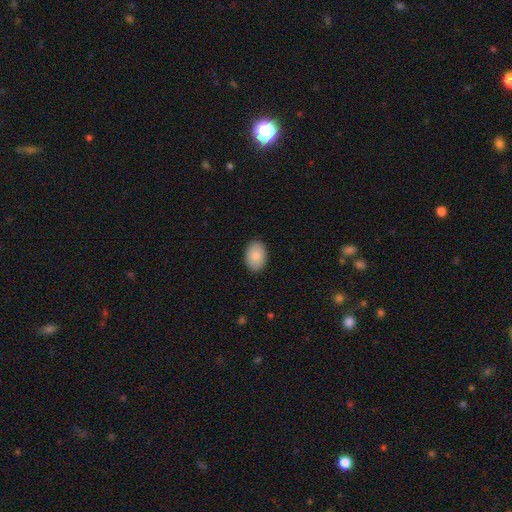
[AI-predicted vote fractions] The model was most divided on "smooth or featured": smooth: 82%, featured or disk: 11%, star or artifact: 7%. More confident: merging — none (90%); how rounded — in between (85%).